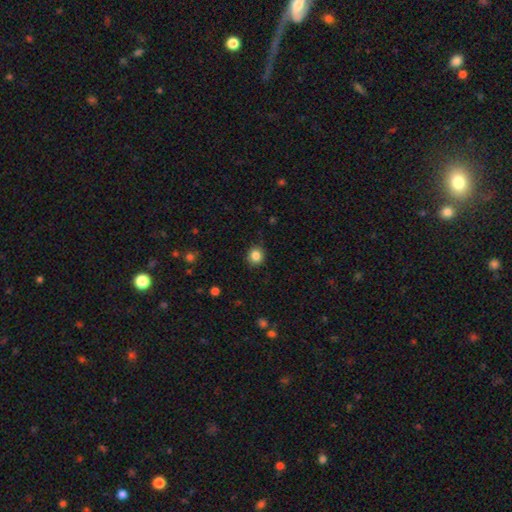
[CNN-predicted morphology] smooth-or-featured: smooth: 85% | star or artifact: 10% | featured or disk: 4%
  how-rounded: round: 81% | in between: 18% | cigar-shaped: 1%
  merging: none: 87% | minor disturbance: 9% | major disturbance: 2% | merger: 1%